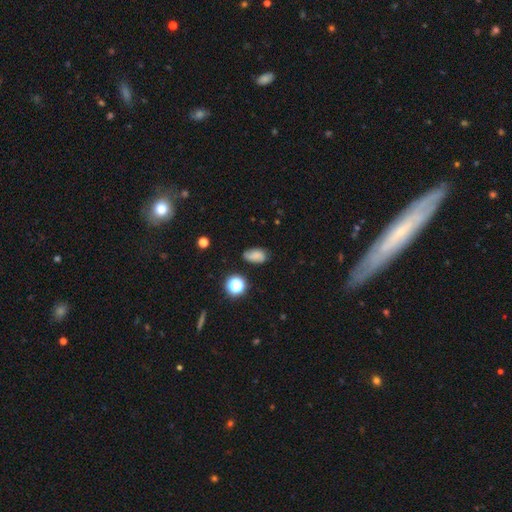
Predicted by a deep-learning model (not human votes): smooth-or-featured: smooth: 67% | featured or disk: 18% | star or artifact: 15%
  how-rounded: in between: 85% | round: 12% | cigar-shaped: 2%
  merging: none: 69% | minor disturbance: 23% | major disturbance: 6% | merger: 3%